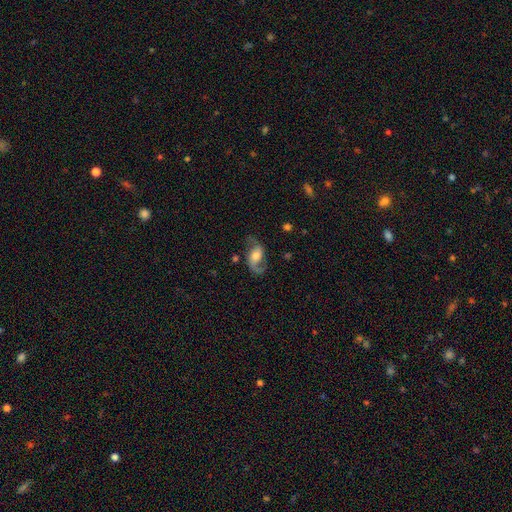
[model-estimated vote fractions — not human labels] Smooth or featured?
  - featured or disk: 76% *
  - smooth: 17%
  - star or artifact: 7%
Edge-on disk?
  - no: 96% *
  - yes: 4%
Bar?
  - no: 48% *
  - weak: 37%
  - strong: 15%
Spiral arms?
  - yes: 93% *
  - no: 7%
Spiral winding?
  - loose: 60% *
  - medium: 33%
  - tight: 7%
Spiral arm count?
  - 2: 80% *
  - 1: 14%
  - can't tell: 3%
  - 3: 1%
  - 4: 1%
  - more than 4: 1%
Bulge size?
  - moderate: 56% *
  - small: 22%
  - large: 17%
  - none: 3%
  - dominant: 2%
Merging?
  - none: 64% *
  - minor disturbance: 18%
  - major disturbance: 15%
  - merger: 2%